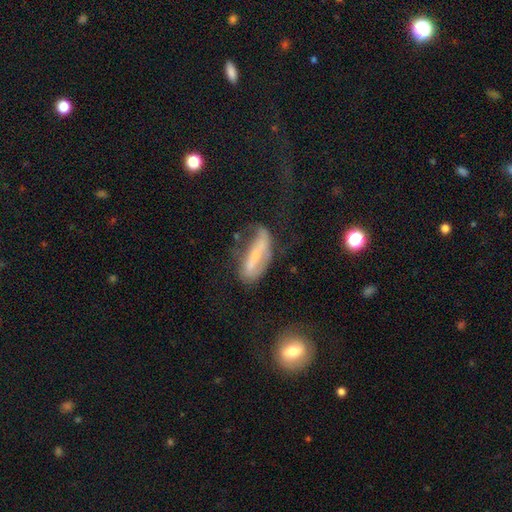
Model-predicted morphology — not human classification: featured or disk 57%, smooth 34%, star or artifact 9%. Down the decision tree: edge-on disk — no (74%); merging — none (40%).